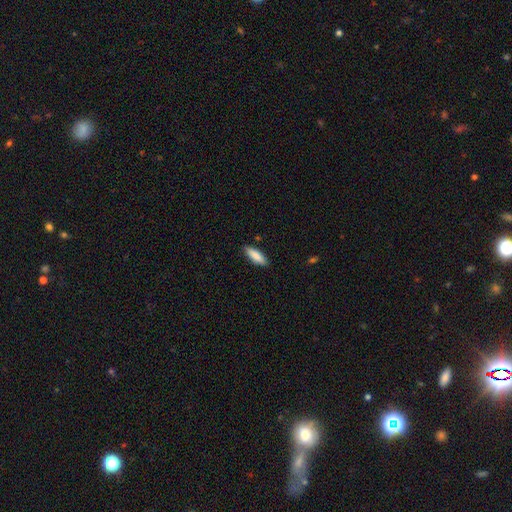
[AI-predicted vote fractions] This appears to be a smooth galaxy with no disk features (86%) that is in between round and cigar-shaped (50%). Merging: none (87%).